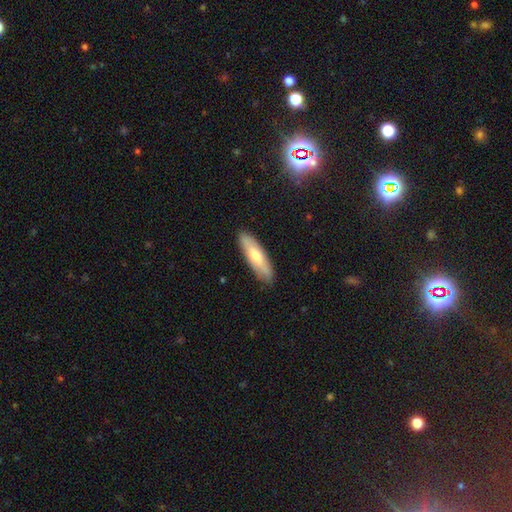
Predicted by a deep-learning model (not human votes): smooth_or_featured: smooth (p=0.62) [alt: featured or disk p=0.33]
how_rounded: cigar-shaped (p=0.59) [alt: in between p=0.39]
merging: none (p=0.88) [alt: minor disturbance p=0.09]